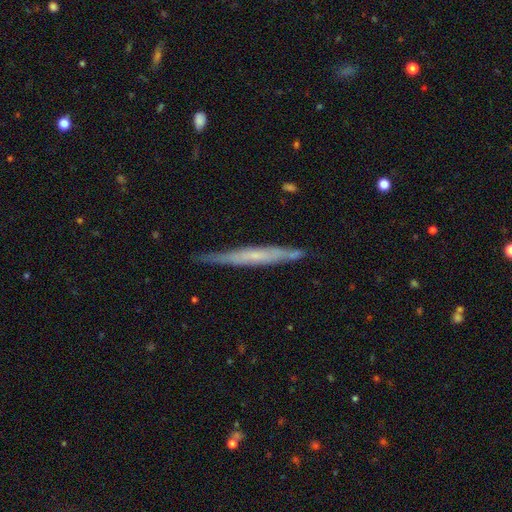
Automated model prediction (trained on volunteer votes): Q: Smooth or featured?
A: featured or disk (60%); runner-up: smooth (34%)
Q: Edge-on disk?
A: yes (92%); runner-up: no (8%)
Q: Edge-on bulge?
A: none (72%); runner-up: rounded (20%)
Q: Merging?
A: none (79%); runner-up: minor disturbance (16%)